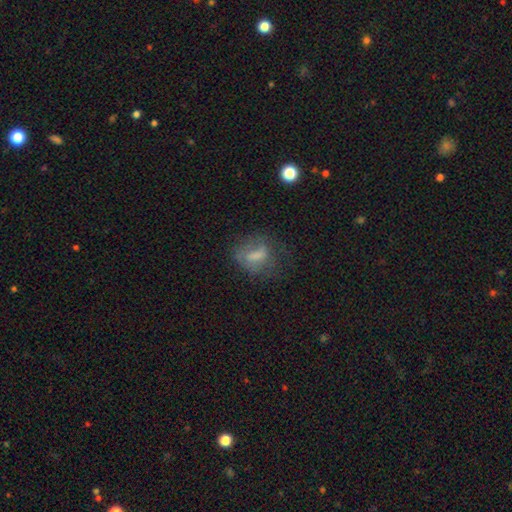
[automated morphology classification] This is possibly a smooth galaxy (57%). How rounded: likely in between (61%). Merging: possibly none (48%).